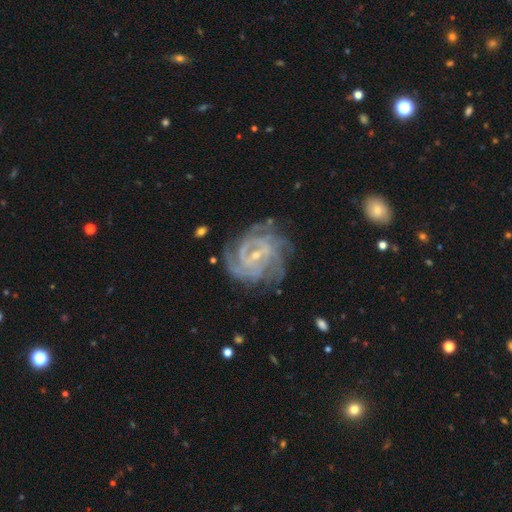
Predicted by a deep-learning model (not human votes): smooth_or_featured: featured or disk (p=0.90) [alt: star or artifact p=0.06]
disk_edge_on: no (p=0.98) [alt: yes p=0.02]
bar: weak (p=0.48) [alt: no p=0.29]
has_spiral_arms: yes (p=0.98) [alt: no p=0.02]
spiral_winding: tight (p=0.72) [alt: medium p=0.25]
spiral_arm_count: 4 (p=0.24) [tied with: 3 p=0.24]
bulge_size: small (p=0.73) [alt: moderate p=0.23]
merging: none (p=0.73) [alt: minor disturbance p=0.17]